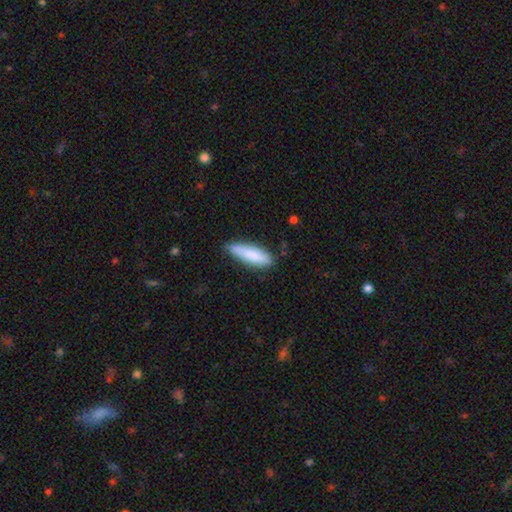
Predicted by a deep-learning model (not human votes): A smooth galaxy with no disk features (83%) that is cigar-shaped (64%). Merging: none (75%).